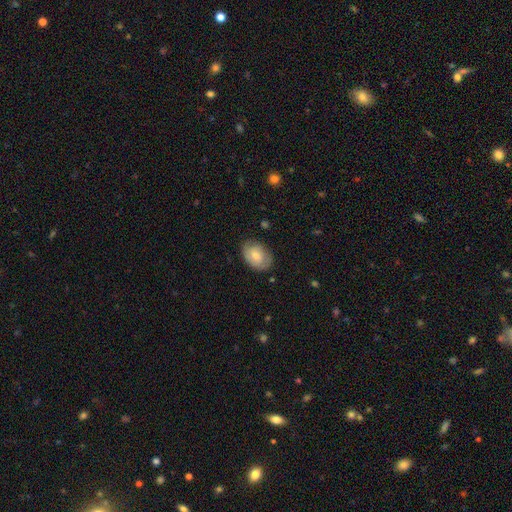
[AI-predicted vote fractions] Morphology: type=smooth (63%); roundness=in between (84%); merging=none (76%).